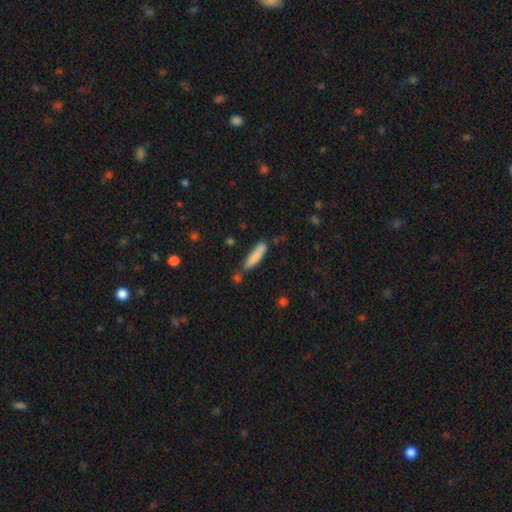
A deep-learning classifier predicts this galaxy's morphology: The model was most divided on "merging": none: 67%, minor disturbance: 20%, merger: 8%, major disturbance: 4%. More confident: smooth or featured — smooth (83%); how rounded — cigar-shaped (80%).